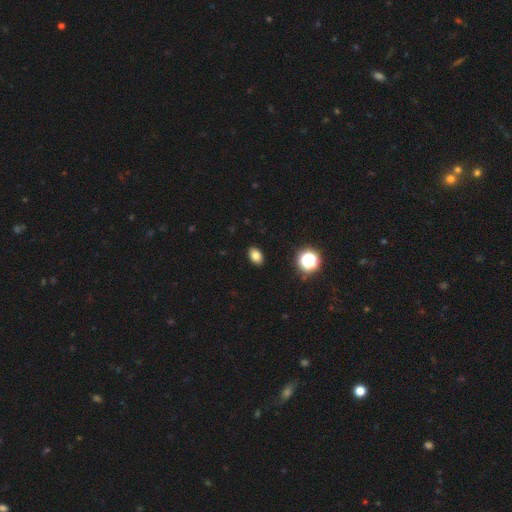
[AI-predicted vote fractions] Smooth or featured?
  - smooth: 80% *
  - star or artifact: 13%
  - featured or disk: 7%
How rounded?
  - in between: 82% *
  - round: 17%
  - cigar-shaped: 1%
Merging?
  - none: 90% *
  - minor disturbance: 7%
  - major disturbance: 2%
  - merger: 1%